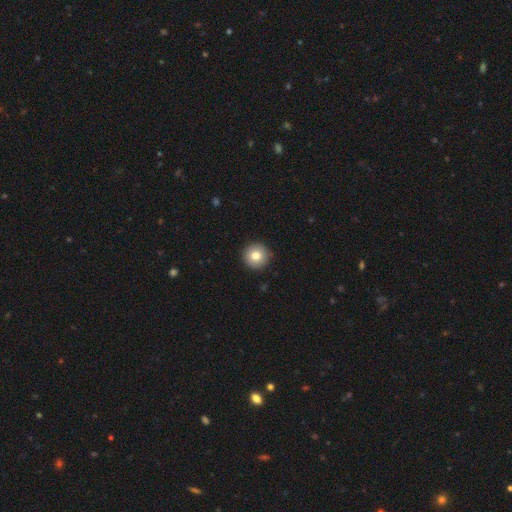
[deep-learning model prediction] A smooth galaxy with no disk features (80%) that is round (96%). Merging: none (93%).